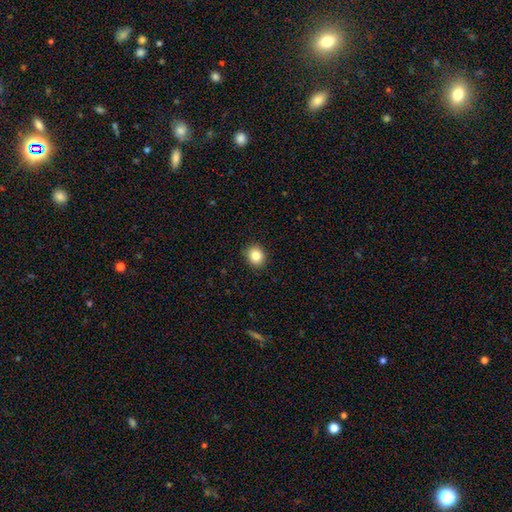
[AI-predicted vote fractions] Overall: smooth (84%). How rounded: round (75%). Merging: none (90%).